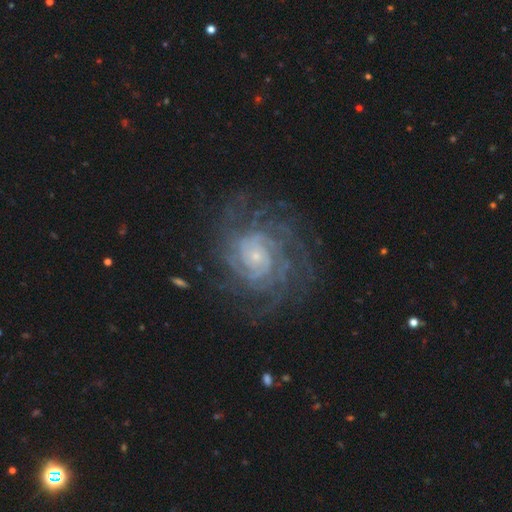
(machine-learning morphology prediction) Q: Smooth or featured?
A: featured or disk (88%); runner-up: star or artifact (7%)
Q: Edge-on disk?
A: no (97%); runner-up: yes (3%)
Q: Bar?
A: no (76%); runner-up: weak (19%)
Q: Spiral arms?
A: yes (98%); runner-up: no (2%)
Q: Spiral winding?
A: tight (75%); runner-up: medium (20%)
Q: Spiral arm count?
A: can't tell (27%); runner-up: more than 4 (21%)
Q: Bulge size?
A: small (82%); runner-up: moderate (12%)
Q: Merging?
A: none (77%); runner-up: minor disturbance (14%)